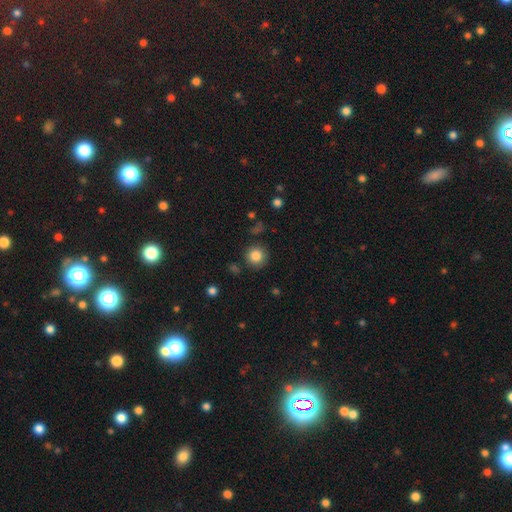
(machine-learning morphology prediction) A smooth galaxy with no disk features (84%) that is round (93%). Merging: none (85%).